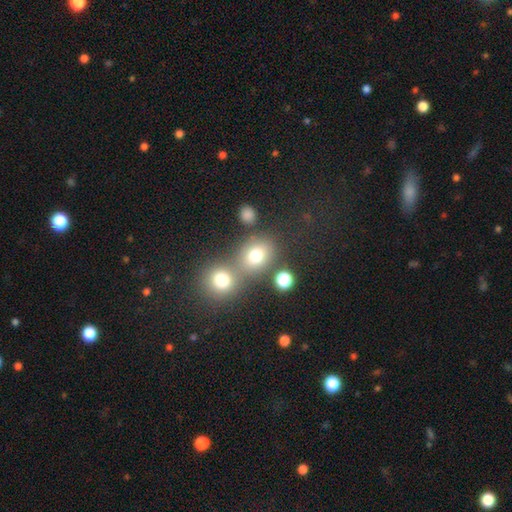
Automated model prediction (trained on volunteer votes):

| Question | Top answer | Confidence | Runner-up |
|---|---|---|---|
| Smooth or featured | smooth | 75% | star or artifact (15%) |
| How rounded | round | 63% | in between (36%) |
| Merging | none | 49% | merger (38%) |